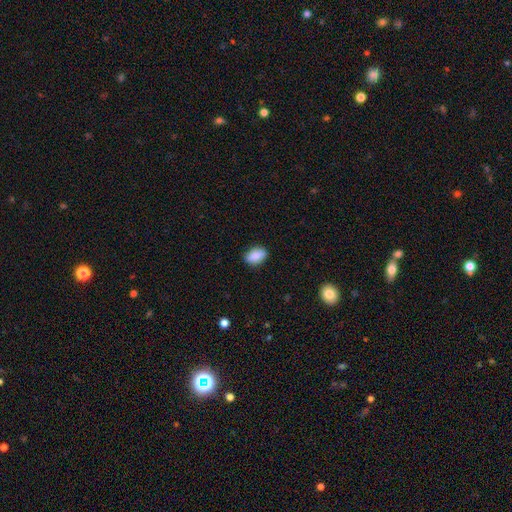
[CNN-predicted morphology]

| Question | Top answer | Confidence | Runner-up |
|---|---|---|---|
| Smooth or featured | smooth | 88% | star or artifact (7%) |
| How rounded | in between | 87% | round (11%) |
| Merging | none | 85% | minor disturbance (11%) |